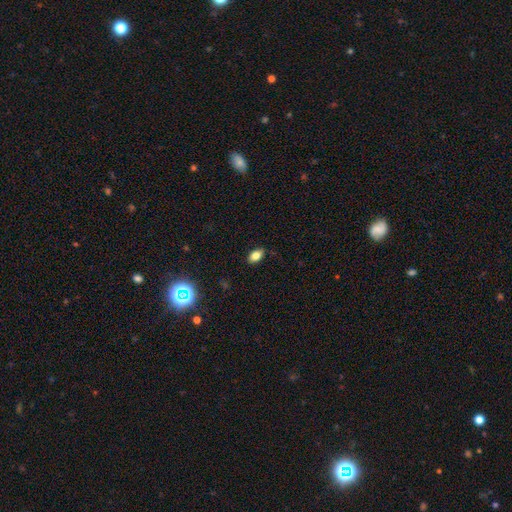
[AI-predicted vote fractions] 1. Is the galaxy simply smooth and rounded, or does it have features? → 79% smooth, 11% star or artifact, 10% featured or disk.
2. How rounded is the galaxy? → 87% in between, 9% round, 3% cigar-shaped.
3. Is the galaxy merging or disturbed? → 84% none, 13% minor disturbance, 2% major disturbance, 1% merger.